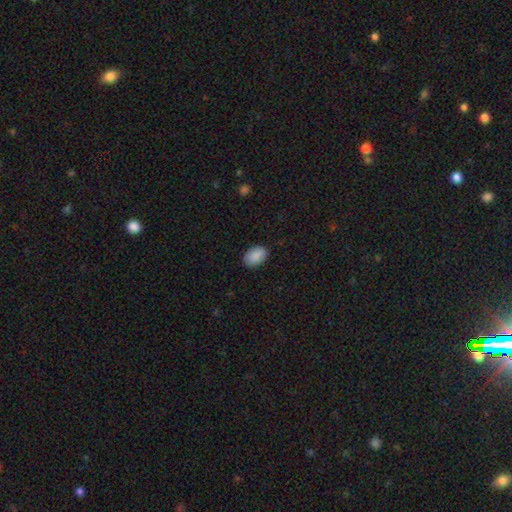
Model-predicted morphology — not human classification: Q: Smooth or featured?
A: smooth (89%); runner-up: star or artifact (7%)
Q: How rounded?
A: in between (88%); runner-up: round (11%)
Q: Merging?
A: none (87%); runner-up: minor disturbance (10%)